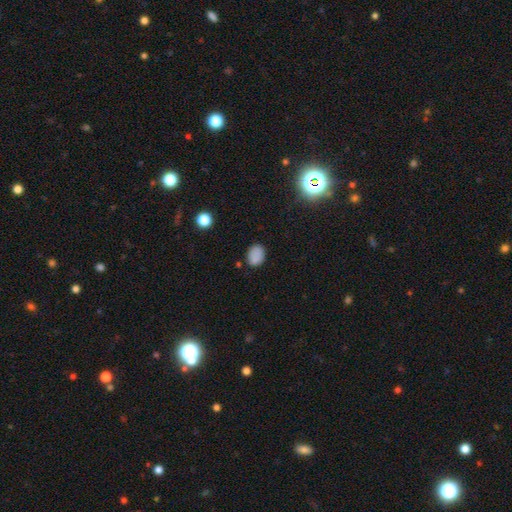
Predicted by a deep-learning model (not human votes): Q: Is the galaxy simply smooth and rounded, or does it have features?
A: smooth — 83%.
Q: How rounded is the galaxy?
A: in between — 69%.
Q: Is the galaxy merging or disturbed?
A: none — 79%.